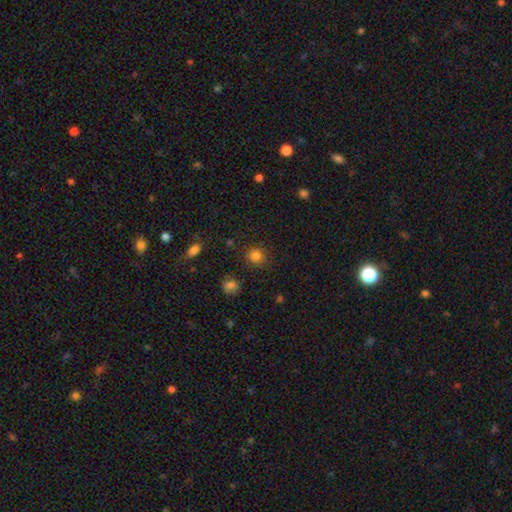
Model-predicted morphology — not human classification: Smooth or featured? Predicted: smooth (p=0.82). How rounded? Predicted: round (p=0.85). Merging? Predicted: none (p=0.85).